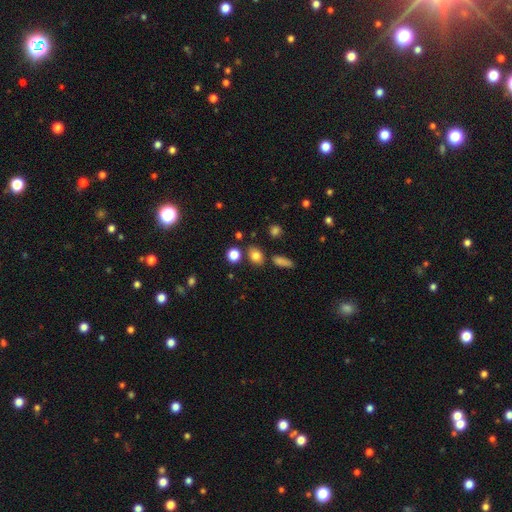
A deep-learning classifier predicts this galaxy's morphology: Q: Smooth or featured?
A: smooth (80%); runner-up: star or artifact (13%)
Q: How rounded?
A: in between (49%); tied with: round (49%)
Q: Merging?
A: none (79%); runner-up: minor disturbance (10%)